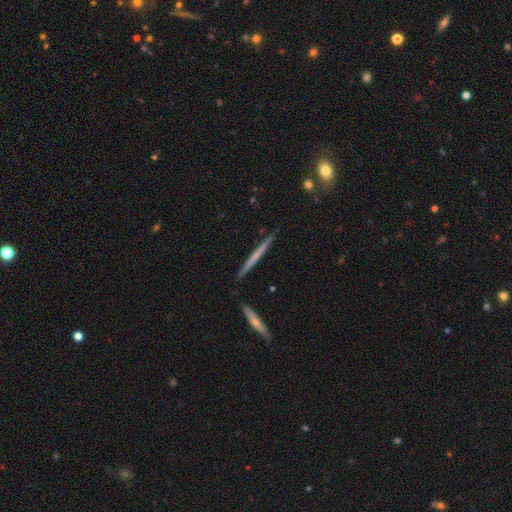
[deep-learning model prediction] This appears to be a featured or disk galaxy (51%) viewed edge-on (98%) with no central bulge (84%). Merging: none (90%).